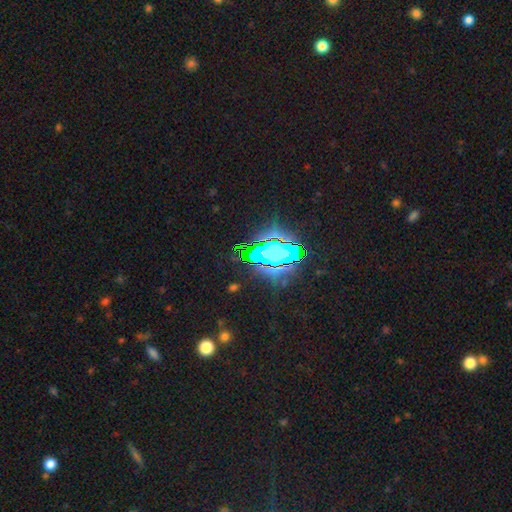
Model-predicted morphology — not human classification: Smooth or featured? star or artifact (68%)